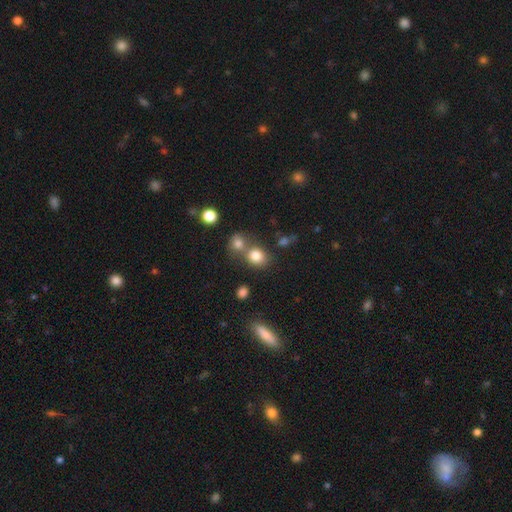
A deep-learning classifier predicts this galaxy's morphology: The model was most divided on "merging": none: 53%, merger: 33%, minor disturbance: 10%, major disturbance: 4%. More confident: smooth or featured — smooth (81%); how rounded — round (70%).